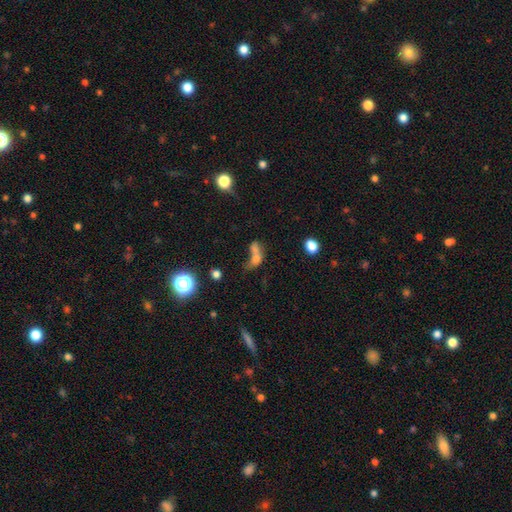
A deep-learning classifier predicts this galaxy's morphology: smooth 59%, featured or disk 23%, star or artifact 18%. Down the decision tree: how rounded — in between (62%); merging — merger (52%).